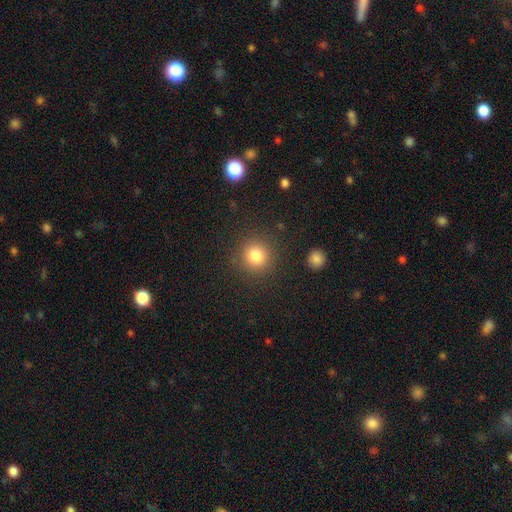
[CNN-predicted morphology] Smooth or featured? Predicted: smooth (p=0.82). How rounded? Predicted: round (p=0.92). Merging? Predicted: none (p=0.88).